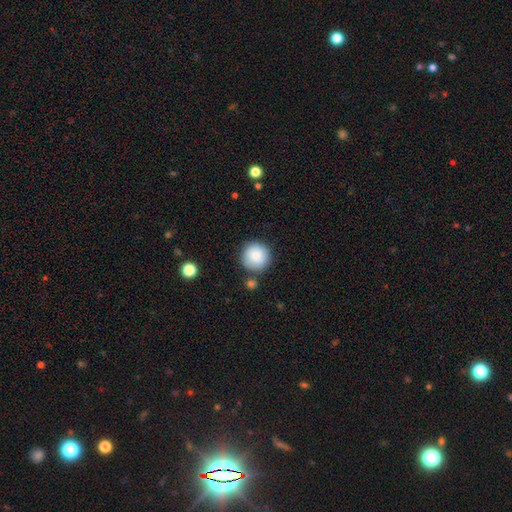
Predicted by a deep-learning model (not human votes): The model was most divided on "merging": none: 80%, minor disturbance: 11%, merger: 6%, major disturbance: 3%. More confident: how rounded — round (95%); smooth or featured — smooth (84%).